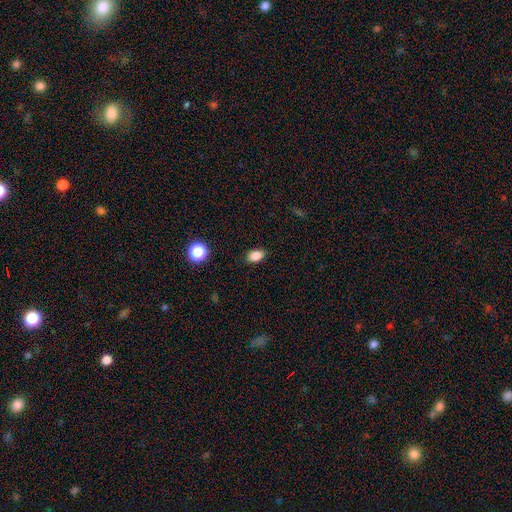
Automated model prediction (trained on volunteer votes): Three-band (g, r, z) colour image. It shows a smooth galaxy with no disk features (85%) that is in between round and cigar-shaped (85%). Merging: none (87%).